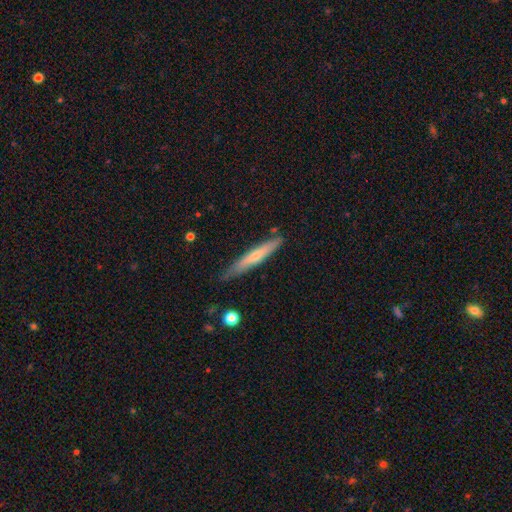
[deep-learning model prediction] Smooth or featured?
  - smooth: 55% *
  - featured or disk: 39%
  - star or artifact: 6%
How rounded?
  - cigar-shaped: 93% *
  - in between: 6%
  - round: 1%
Merging?
  - none: 77% *
  - minor disturbance: 18%
  - major disturbance: 3%
  - merger: 2%